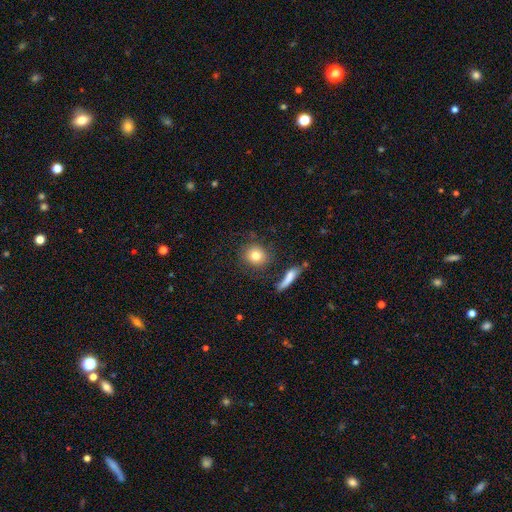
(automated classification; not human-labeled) Smooth or featured?
  - smooth: 79% *
  - featured or disk: 11%
  - star or artifact: 9%
How rounded?
  - round: 83% *
  - in between: 15%
  - cigar-shaped: 2%
Merging?
  - none: 77% *
  - minor disturbance: 11%
  - merger: 7%
  - major disturbance: 5%